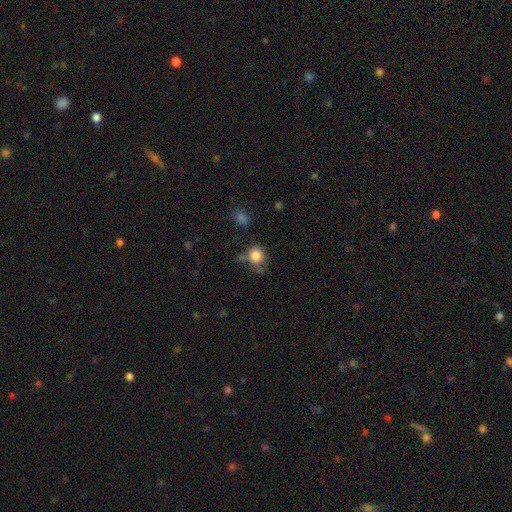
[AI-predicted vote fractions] Smooth or featured?
  - smooth: 82% *
  - star or artifact: 10%
  - featured or disk: 8%
How rounded?
  - round: 76% *
  - in between: 23%
  - cigar-shaped: 1%
Merging?
  - none: 51% *
  - minor disturbance: 27%
  - major disturbance: 12%
  - merger: 9%